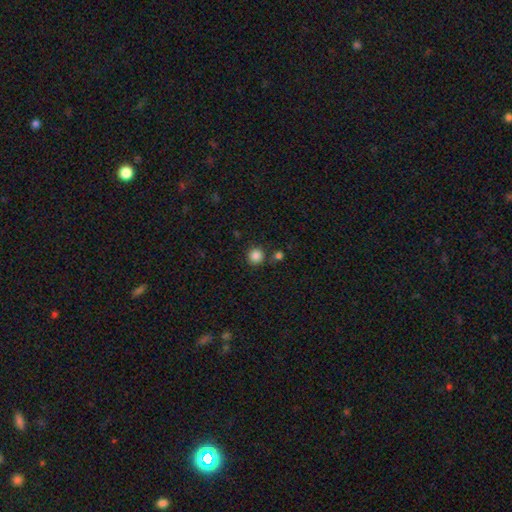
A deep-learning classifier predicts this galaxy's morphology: smooth_or_featured: smooth (p=0.86) [alt: star or artifact p=0.11]
how_rounded: round (p=0.94) [alt: in between p=0.05]
merging: none (p=0.82) [alt: minor disturbance p=0.08]